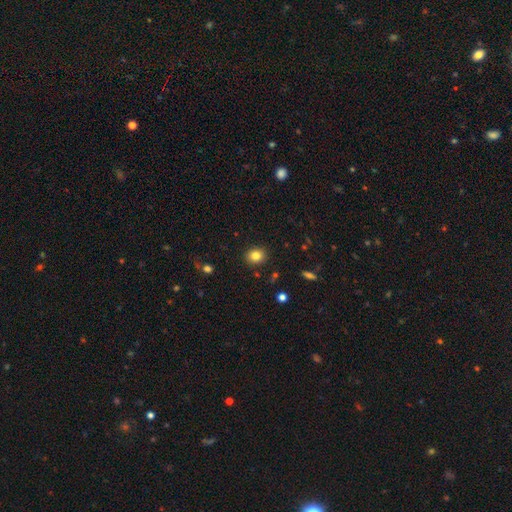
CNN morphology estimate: Smooth or featured?
  - smooth: 82% *
  - star or artifact: 11%
  - featured or disk: 7%
How rounded?
  - round: 66% *
  - in between: 33%
  - cigar-shaped: 1%
Merging?
  - none: 90% *
  - minor disturbance: 7%
  - major disturbance: 2%
  - merger: 1%